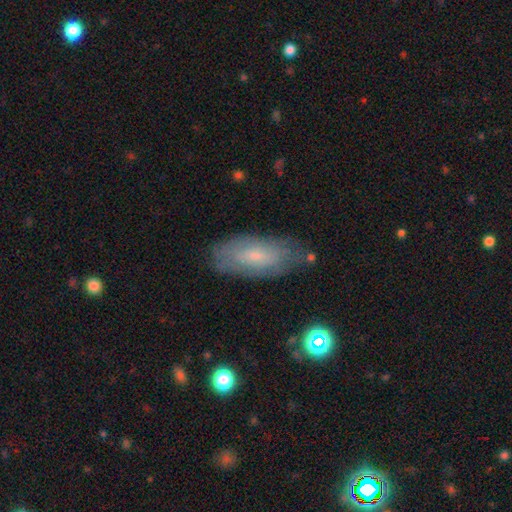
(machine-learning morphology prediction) smooth-or-featured: smooth: 56% | featured or disk: 36% | star or artifact: 8%
  how-rounded: in between: 82% | cigar-shaped: 15% | round: 2%
  merging: none: 75% | minor disturbance: 18% | major disturbance: 5% | merger: 2%